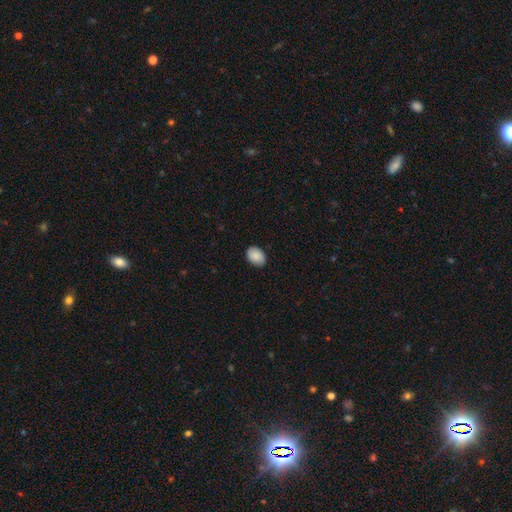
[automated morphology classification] This appears to be a smooth galaxy with no disk features (89%) that is in between round and cigar-shaped (76%). Merging: none (86%).